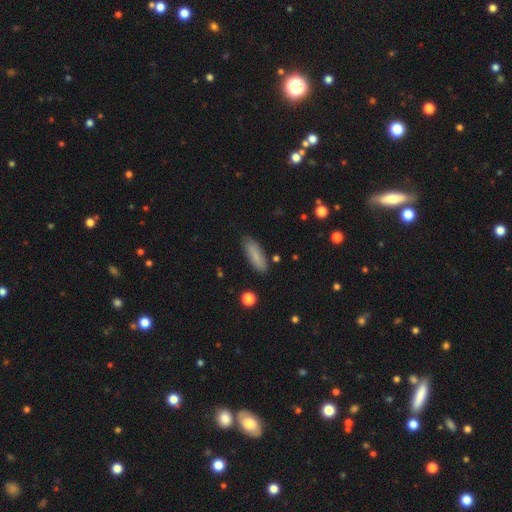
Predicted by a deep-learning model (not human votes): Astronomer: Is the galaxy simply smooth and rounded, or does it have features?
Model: smooth — 82%.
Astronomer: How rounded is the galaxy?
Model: in between — 55% (runner-up: cigar-shaped, 43%).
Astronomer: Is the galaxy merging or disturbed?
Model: none — 84%.